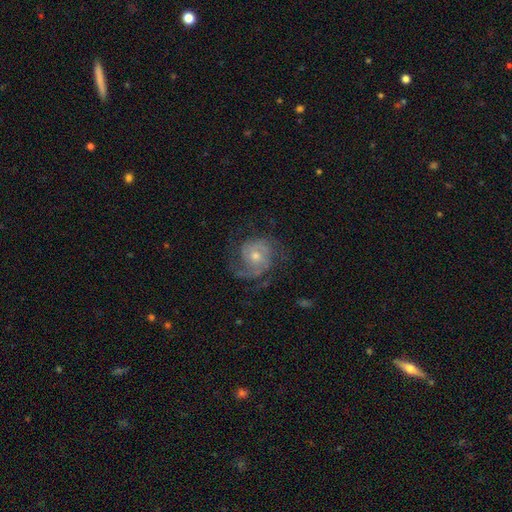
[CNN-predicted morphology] Smooth or featured: featured or disk — 84% (smooth — 10%)
Edge-on disk: no — 98% (yes — 2%)
Bar: no — 71% (weak — 24%)
Spiral arms: yes — 96% (no — 4%)
Spiral winding: tight — 45% (medium — 42%)
Spiral arm count: 2 — 49% (3 — 22%)
Bulge size: moderate — 54% (small — 41%)
Merging: none — 68% (minor disturbance — 17%)